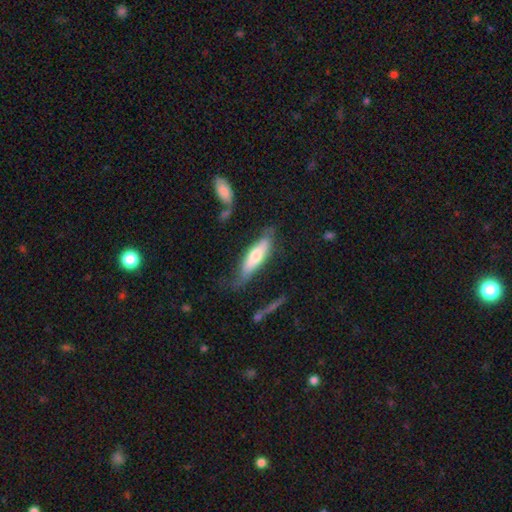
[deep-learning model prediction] Q: Smooth or featured?
A: smooth (55%); runner-up: featured or disk (40%)
Q: How rounded?
A: cigar-shaped (64%); runner-up: in between (34%)
Q: Merging?
A: none (55%); runner-up: minor disturbance (27%)